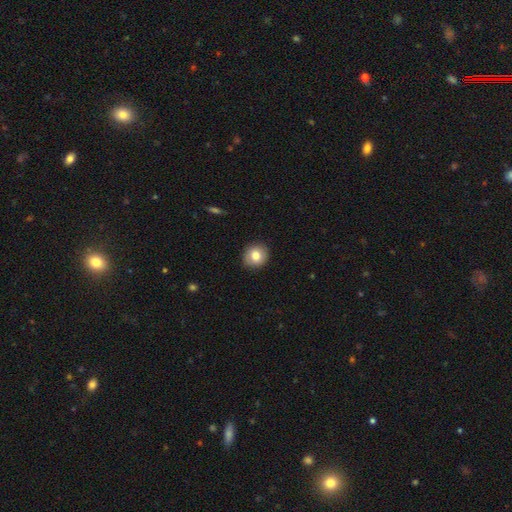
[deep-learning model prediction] Morphology: type=smooth (81%); roundness=round (84%); merging=none (90%).